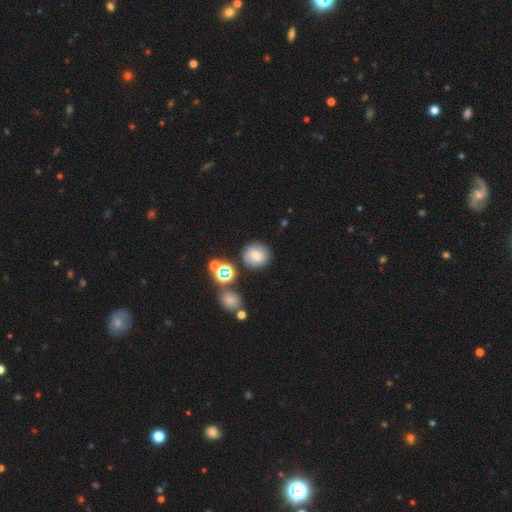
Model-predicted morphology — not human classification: smooth-or-featured: smooth: 66% | featured or disk: 19% | star or artifact: 15%
  how-rounded: round: 91% | in between: 8% | cigar-shaped: 1%
  merging: none: 82% | minor disturbance: 10% | merger: 5% | major disturbance: 3%